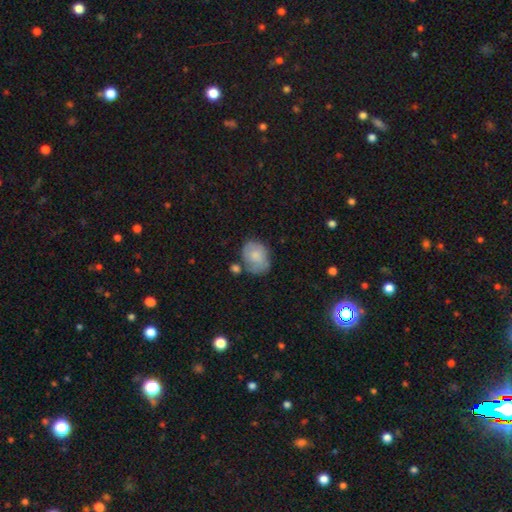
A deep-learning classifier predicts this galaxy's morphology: A smooth galaxy with no disk features (70%) that is in between round and cigar-shaped (68%). Merging: none (56%).